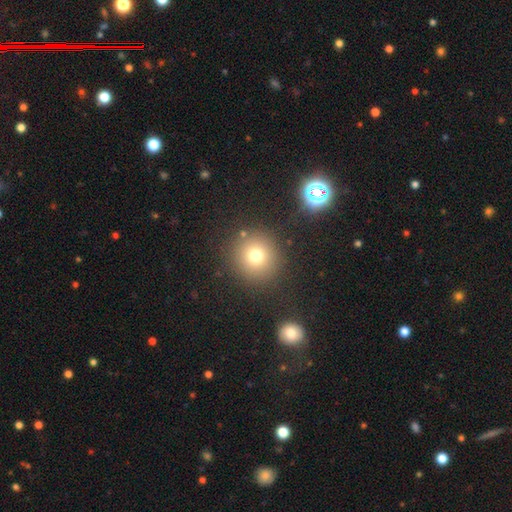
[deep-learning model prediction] Smooth or featured?
  - smooth: 74% *
  - star or artifact: 16%
  - featured or disk: 10%
How rounded?
  - round: 92% *
  - in between: 7%
  - cigar-shaped: 1%
Merging?
  - none: 86% *
  - minor disturbance: 7%
  - major disturbance: 4%
  - merger: 3%